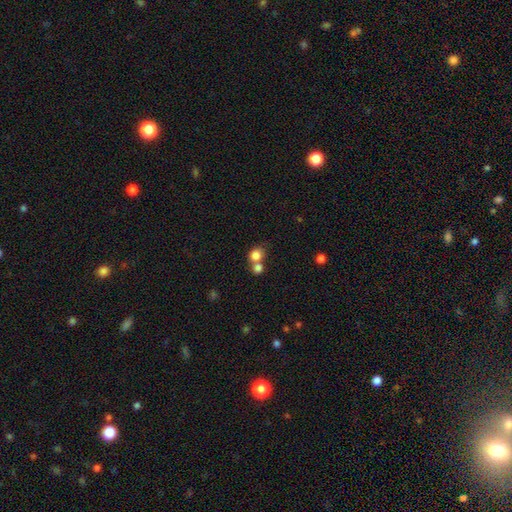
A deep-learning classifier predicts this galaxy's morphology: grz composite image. It shows a smooth galaxy with no disk features (81%) that is round (76%). Merging: merger (50%).